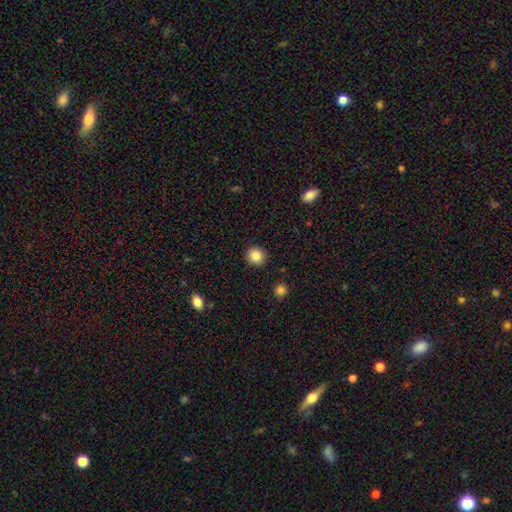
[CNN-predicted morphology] Smooth or featured? smooth (86%)
How rounded? round (93%)
Merging? none (92%)